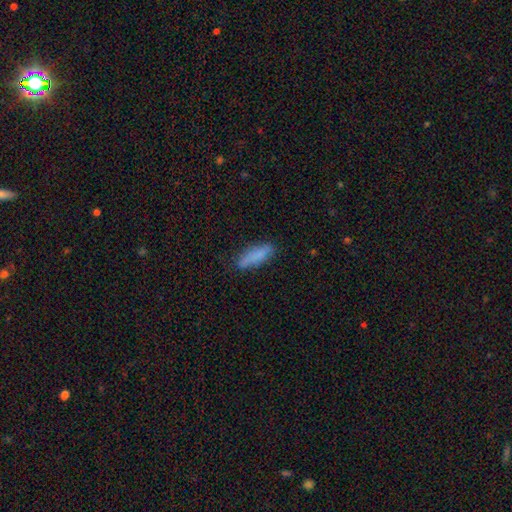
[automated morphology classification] smooth 82%, featured or disk 11%, star or artifact 7%. Down the decision tree: how rounded — cigar-shaped (56%); merging — none (78%).